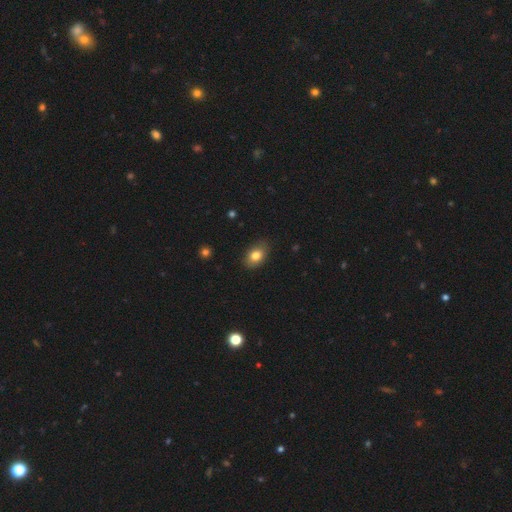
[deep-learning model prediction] This appears to be a smooth galaxy with no disk features (80%) that is in between round and cigar-shaped (79%). Merging: none (83%).